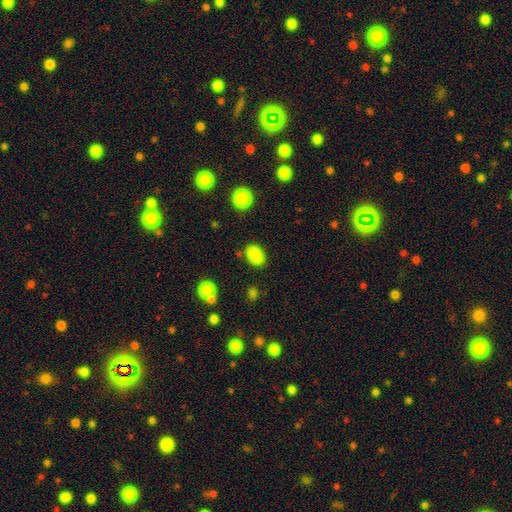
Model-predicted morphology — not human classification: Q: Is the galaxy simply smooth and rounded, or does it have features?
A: smooth — 85%.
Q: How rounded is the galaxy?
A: in between — 77%.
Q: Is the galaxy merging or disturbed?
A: none — 82%.